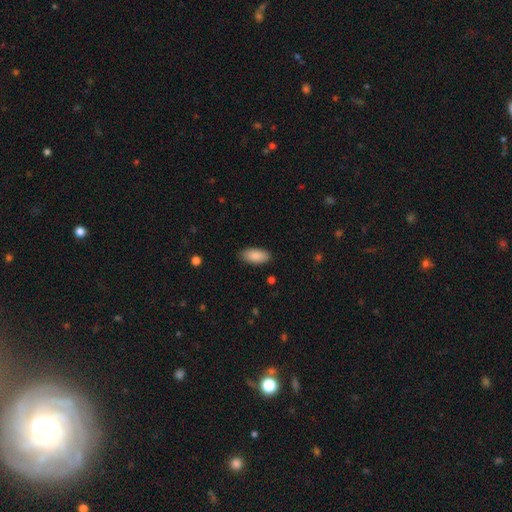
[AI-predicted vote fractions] The model was most divided on "merging": none: 87%, minor disturbance: 10%, major disturbance: 2%, merger: 1%. More confident: how rounded — in between (92%); smooth or featured — smooth (89%).